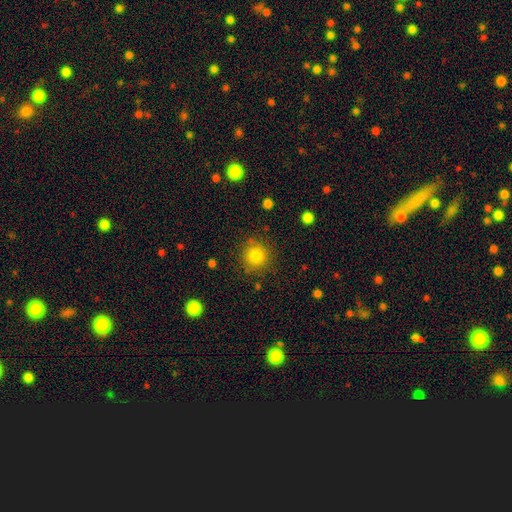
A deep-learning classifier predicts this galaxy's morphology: A smooth galaxy with no disk features (83%) that is round (93%). Merging: none (85%).